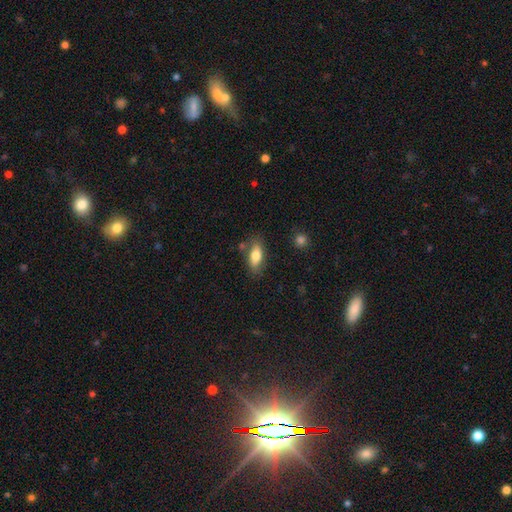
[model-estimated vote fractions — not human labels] This is likely a smooth galaxy (77%). How rounded: clearly in between (82%). Merging: likely none (76%).